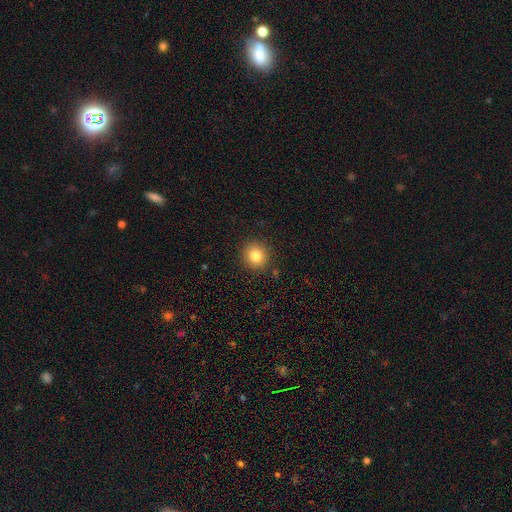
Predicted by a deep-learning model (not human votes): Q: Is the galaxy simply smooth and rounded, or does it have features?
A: smooth — 82%.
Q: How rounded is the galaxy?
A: round — 89%.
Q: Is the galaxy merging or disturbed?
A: none — 90%.